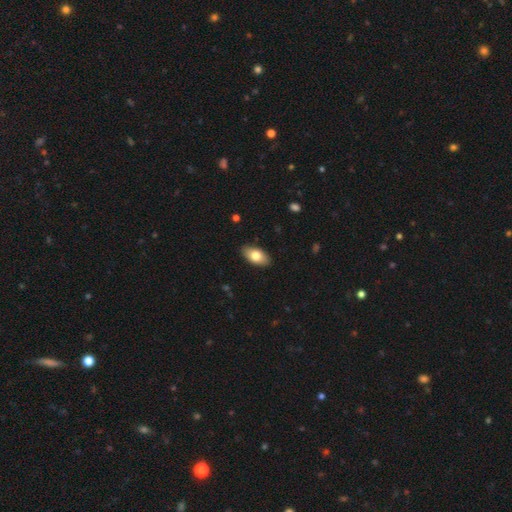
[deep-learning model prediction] Overall: smooth (78%). How rounded: in between (93%). Merging: none (89%).